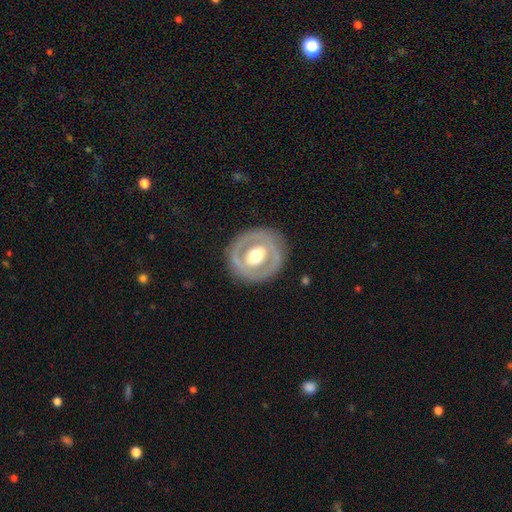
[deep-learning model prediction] Q: Smooth or featured?
A: featured or disk (64%); runner-up: smooth (31%)
Q: Edge-on disk?
A: no (94%); runner-up: yes (6%)
Q: Bar?
A: no (53%); runner-up: weak (28%)
Q: Spiral arms?
A: no (78%); runner-up: yes (22%)
Q: Bulge size?
A: moderate (60%); runner-up: large (32%)
Q: Merging?
A: none (82%); runner-up: minor disturbance (11%)